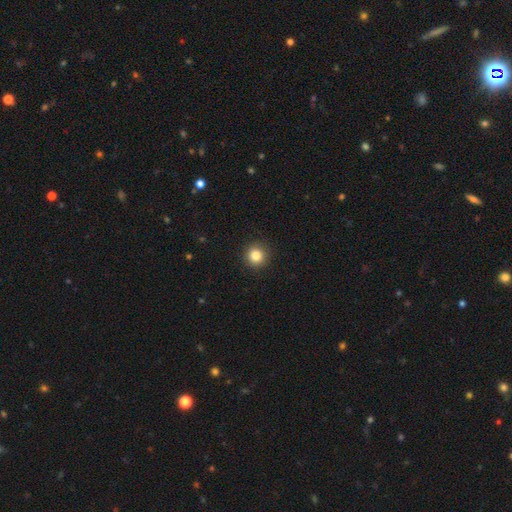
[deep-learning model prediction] Overall: smooth (84%). How rounded: round (94%). Merging: none (92%).